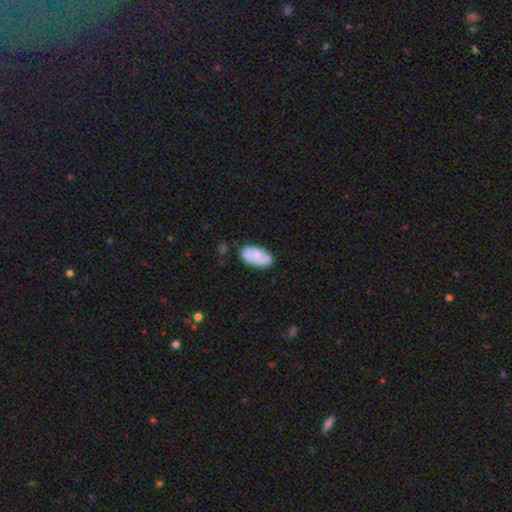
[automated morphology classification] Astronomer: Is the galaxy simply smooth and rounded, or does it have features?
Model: smooth — 59% (runner-up: featured or disk, 35%).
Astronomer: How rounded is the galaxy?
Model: in between — 93%.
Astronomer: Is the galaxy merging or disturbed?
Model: none — 61%.